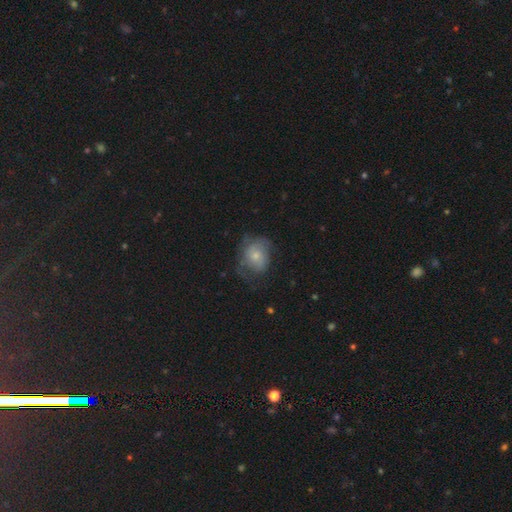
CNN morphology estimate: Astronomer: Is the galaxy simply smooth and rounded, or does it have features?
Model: smooth — 57% (runner-up: featured or disk, 36%).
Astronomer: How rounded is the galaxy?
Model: round — 53% (runner-up: in between, 46%).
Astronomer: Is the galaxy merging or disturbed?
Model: none — 44% (runner-up: minor disturbance, 31%).